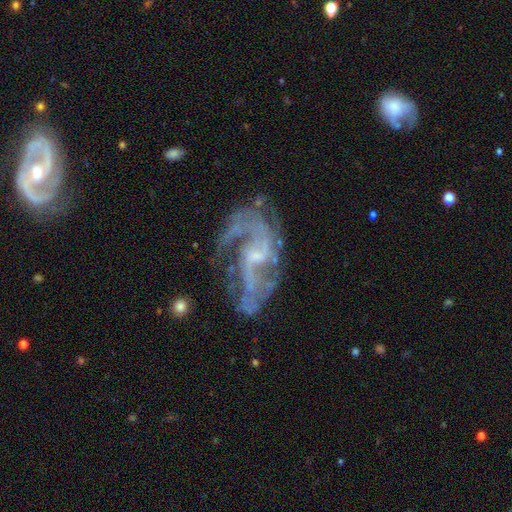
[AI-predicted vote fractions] This is clearly a featured or disk galaxy (85%). It is clearly not viewed edge-on (96%). Bar: possibly weak (46%). Spiral arm pattern: clearly yes (92%). Spiral arm count: marginally 2 (42%). Spiral winding: possibly medium (46%). Central bulge: likely small (63%). Merging: possibly none (54%).